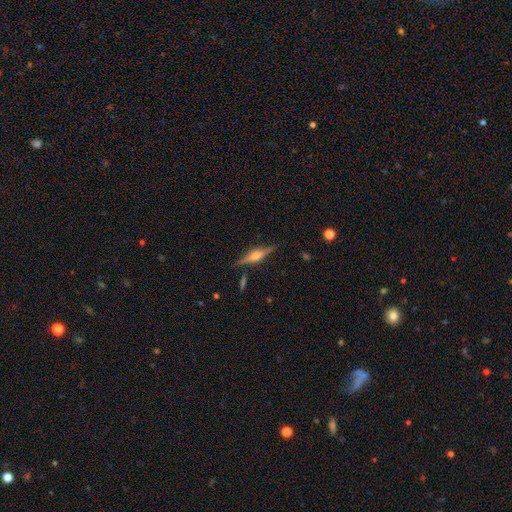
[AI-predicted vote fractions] Smooth or featured: featured or disk — 79% (smooth — 15%)
Edge-on disk: yes — 97% (no — 3%)
Edge-on bulge: rounded — 87% (boxy — 10%)
Merging: none — 87% (minor disturbance — 9%)